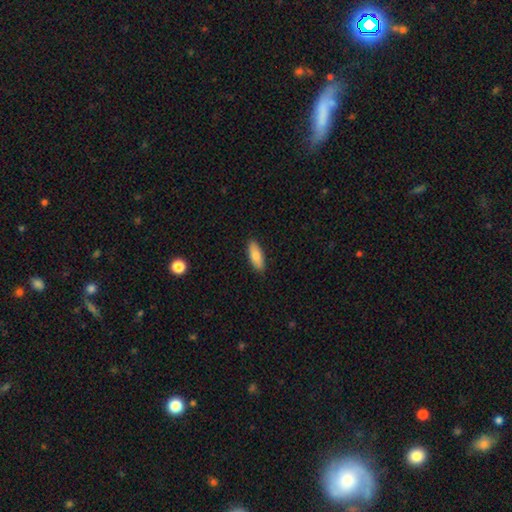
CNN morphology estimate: Smooth or featured? Predicted: smooth (p=0.80). How rounded? Predicted: in between (p=0.73). Merging? Predicted: none (p=0.89).